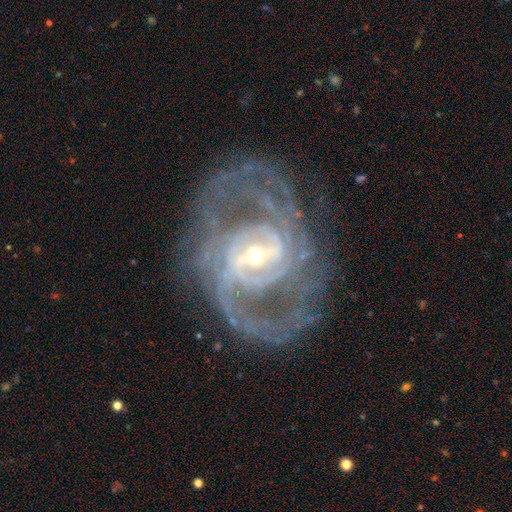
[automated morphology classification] This is clearly a featured or disk galaxy (91%). It is clearly not viewed edge-on (97%). Bar: marginally weak (43%). Spiral arm pattern: clearly yes (97%). Spiral arm count: possibly 2 (47%). Spiral winding: possibly medium (46%). Central bulge: likely small (65%). Merging: likely none (71%).